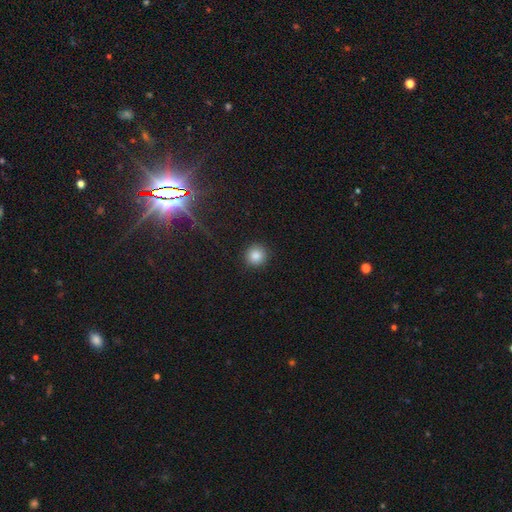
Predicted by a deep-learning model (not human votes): The model was most divided on "smooth or featured": smooth: 84%, star or artifact: 11%, featured or disk: 5%. More confident: how rounded — round (95%); merging — none (91%).